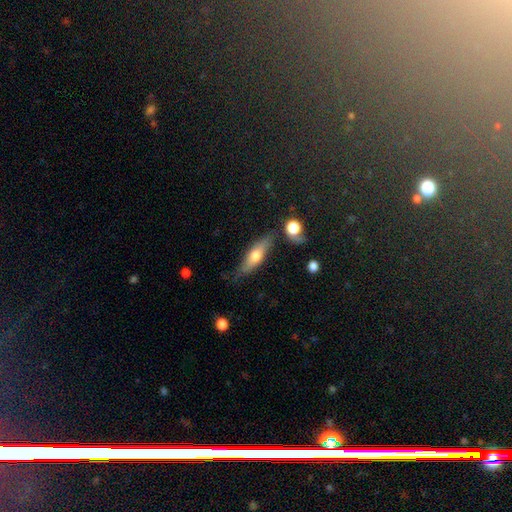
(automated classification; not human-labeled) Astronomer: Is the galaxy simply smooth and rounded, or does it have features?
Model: smooth — 58% (runner-up: featured or disk, 36%).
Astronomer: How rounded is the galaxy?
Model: cigar-shaped — 50% (runner-up: in between, 45%).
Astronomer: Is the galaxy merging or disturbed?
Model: none — 71%.